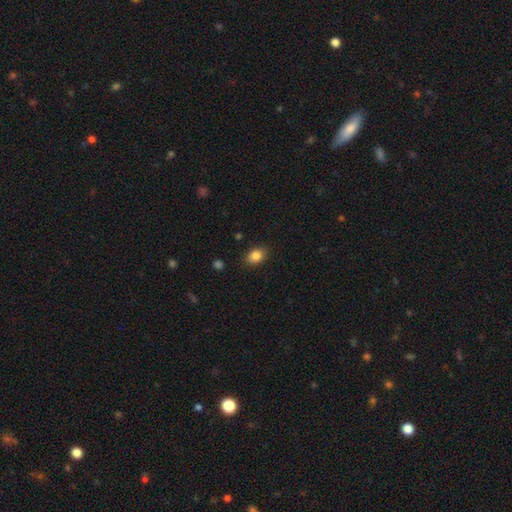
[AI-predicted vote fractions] This appears to be a smooth galaxy with no disk features (85%) that is in between round and cigar-shaped (69%). Merging: none (85%).